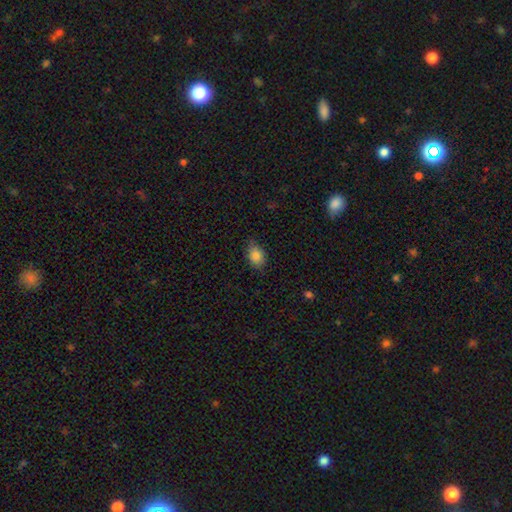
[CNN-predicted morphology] Smooth or featured? Predicted: smooth (p=0.85). How rounded? Predicted: in between (p=0.74). Merging? Predicted: none (p=0.76).